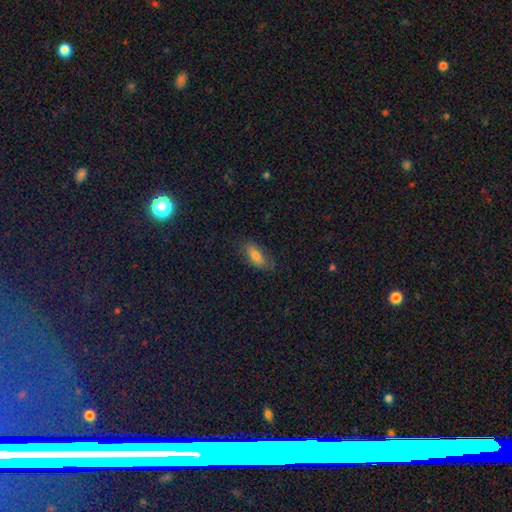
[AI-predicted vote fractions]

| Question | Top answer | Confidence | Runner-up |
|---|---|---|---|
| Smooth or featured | smooth | 72% | featured or disk (20%) |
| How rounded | in between | 76% | cigar-shaped (20%) |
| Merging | none | 78% | minor disturbance (16%) |